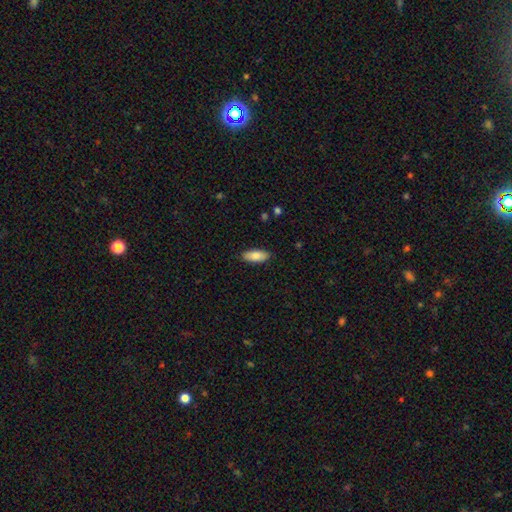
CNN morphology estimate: This is clearly a smooth galaxy (84%). How rounded: clearly in between (82%). Merging: clearly none (88%).